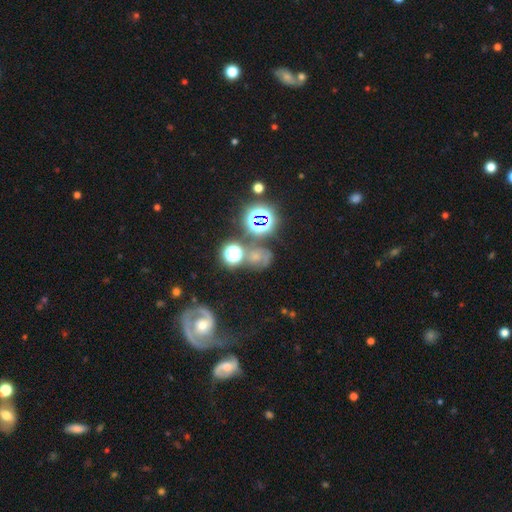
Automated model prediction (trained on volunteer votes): smooth 39%, star or artifact 36%, featured or disk 25%. Down the decision tree: merging — none (49%).